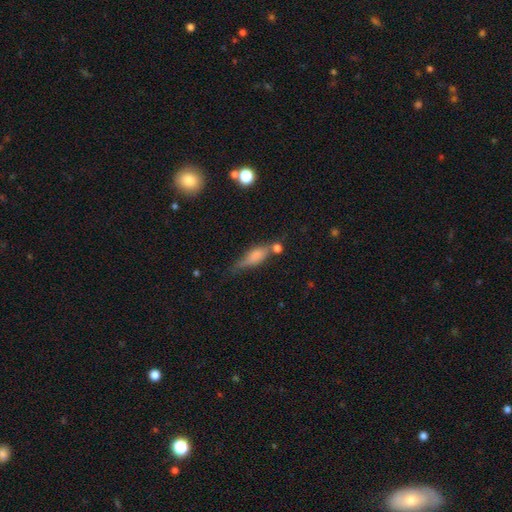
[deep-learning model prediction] Overall: smooth (49%; featured or disk 41%). Merging: none (53%; minor disturbance 22%).